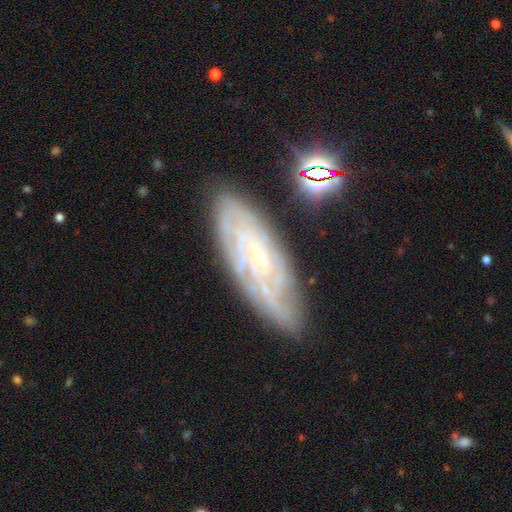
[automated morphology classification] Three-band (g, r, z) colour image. It shows a featured or disk galaxy (72%) with no bar (62%), tight (69%) spiral arms (91%) and a small central bulge (67%). Merging: none (77%).